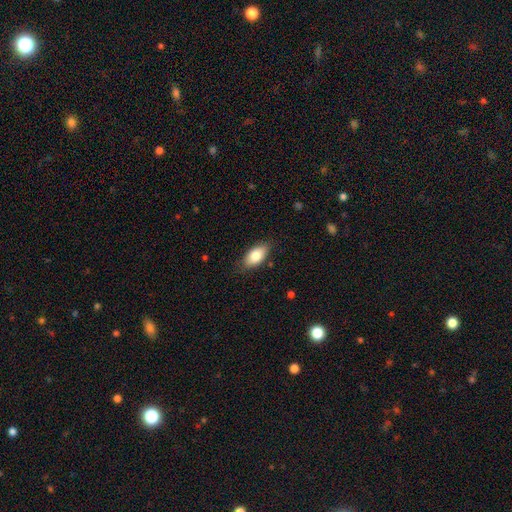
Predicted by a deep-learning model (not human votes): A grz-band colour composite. It shows a smooth galaxy with no disk features (81%) that is in between round and cigar-shaped (91%). Merging: none (82%).